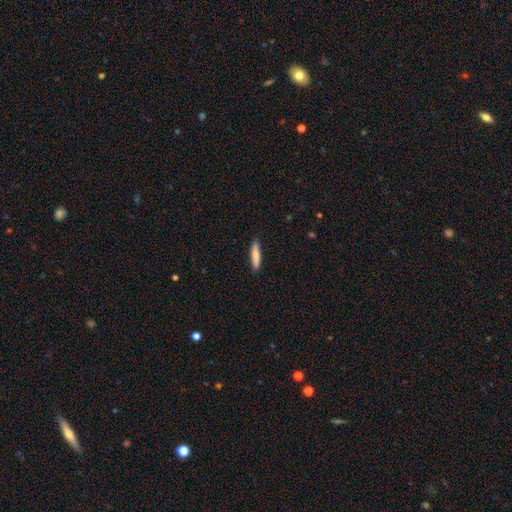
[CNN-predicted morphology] A smooth galaxy with no disk features (82%) that is cigar-shaped (84%). Merging: none (89%).